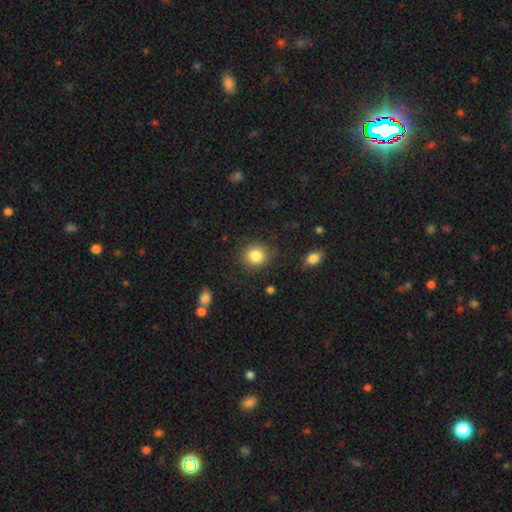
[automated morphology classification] smooth 84%, star or artifact 10%, featured or disk 6%. Down the decision tree: how rounded — round (86%); merging — none (86%).